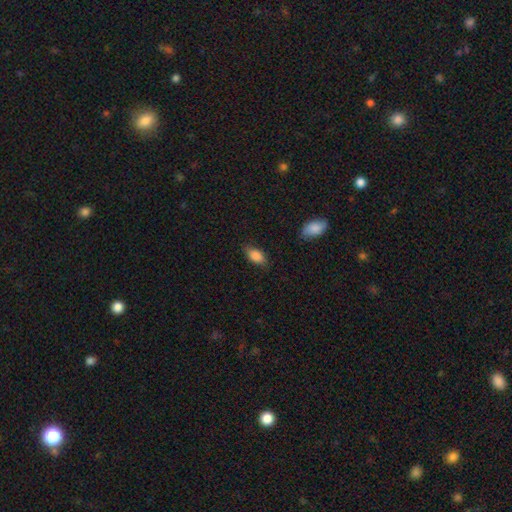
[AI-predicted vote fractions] The model was most divided on "merging": none: 80%, minor disturbance: 16%, major disturbance: 3%, merger: 1%. More confident: how rounded — in between (91%); smooth or featured — smooth (86%).